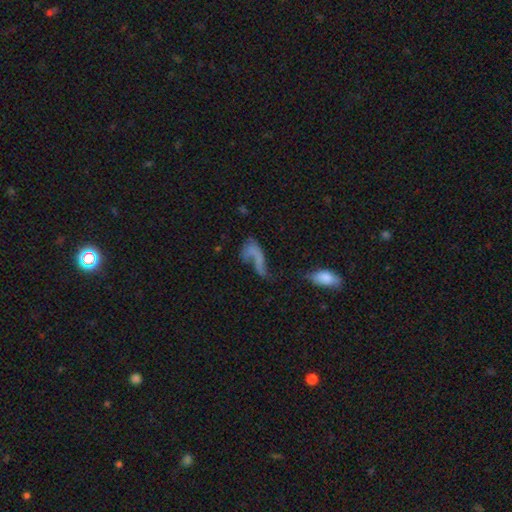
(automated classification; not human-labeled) This is marginally a smooth galaxy (44%). Merging: marginally major disturbance (38%).